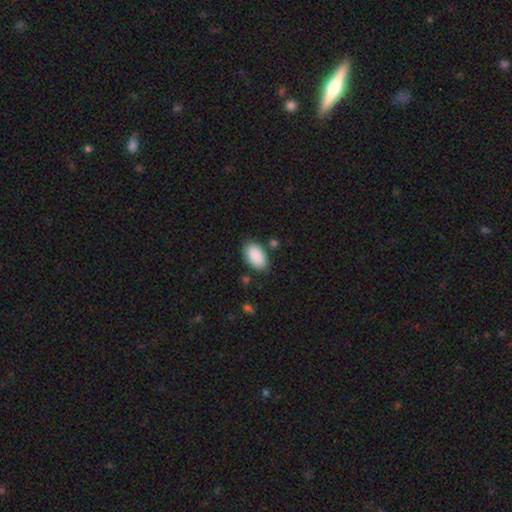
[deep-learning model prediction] Smooth or featured? smooth (90%)
How rounded? in between (94%)
Merging? none (82%)